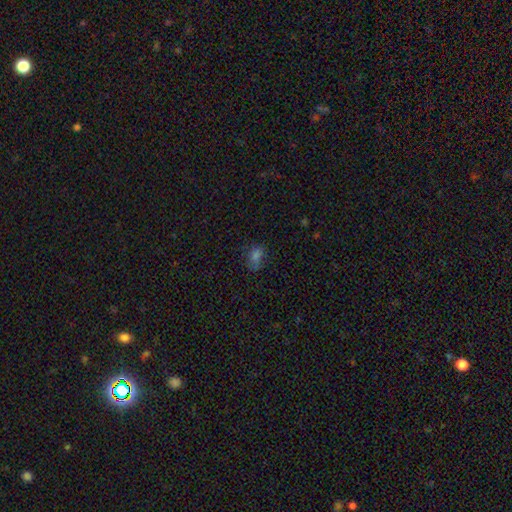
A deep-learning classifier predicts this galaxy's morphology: Smooth or featured? smooth (64%)
How rounded? in between (71%)
Merging? none (61%)